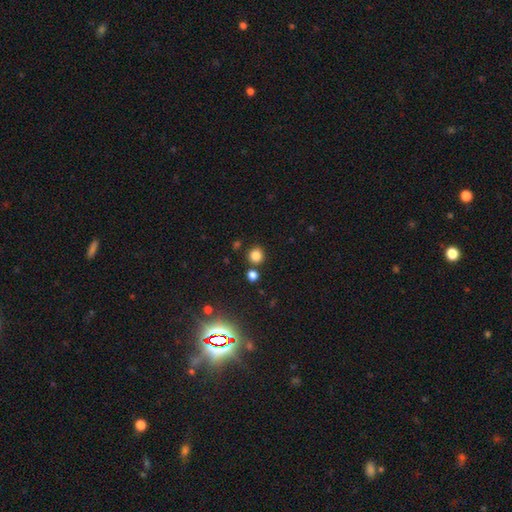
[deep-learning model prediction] A smooth galaxy with no disk features (82%) that is round (89%). Merging: none (80%).